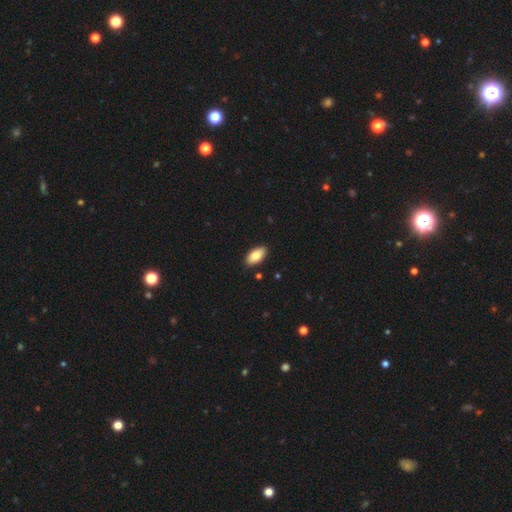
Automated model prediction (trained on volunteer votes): smooth_or_featured: smooth (p=0.81) [alt: featured or disk p=0.12]
how_rounded: in between (p=0.94) [alt: cigar-shaped p=0.04]
merging: none (p=0.89) [alt: minor disturbance p=0.08]